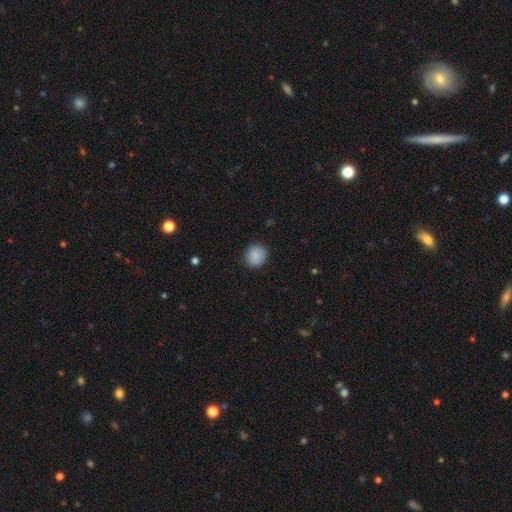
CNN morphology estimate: The model was most divided on "how rounded": round: 79%, in between: 21%, cigar-shaped: 1%. More confident: smooth or featured — smooth (88%); merging — none (87%).